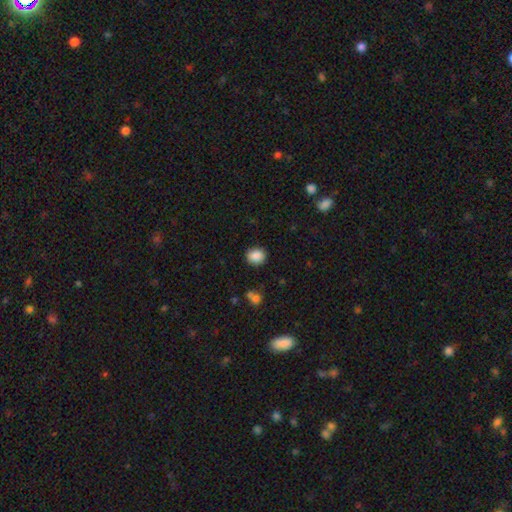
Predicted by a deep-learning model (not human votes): smooth 87%, star or artifact 9%, featured or disk 4%. Down the decision tree: how rounded — round (75%); merging — none (88%).